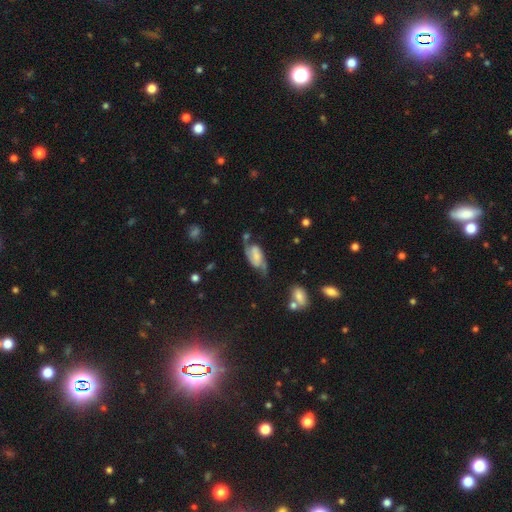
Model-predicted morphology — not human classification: A featured or disk galaxy (71%) with a weak bar (40%), 2 (88%) medium (45%) spiral arms (92%) and a small central bulge (34%). Merging: none (52%).